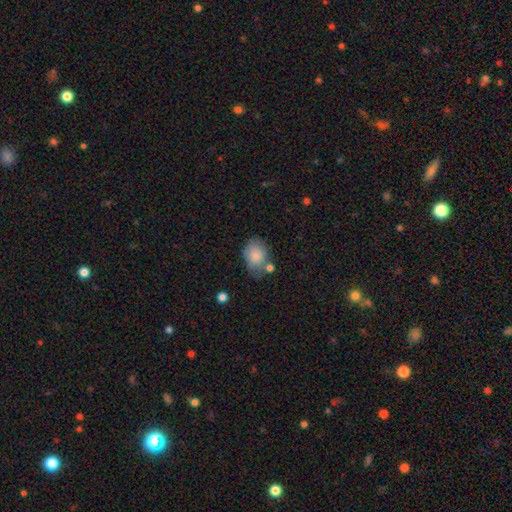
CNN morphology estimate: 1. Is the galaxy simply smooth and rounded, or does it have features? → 82% smooth, 11% featured or disk, 7% star or artifact.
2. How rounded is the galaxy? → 69% in between, 30% round, 1% cigar-shaped.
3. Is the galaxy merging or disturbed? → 56% none, 24% minor disturbance, 12% merger, 7% major disturbance.